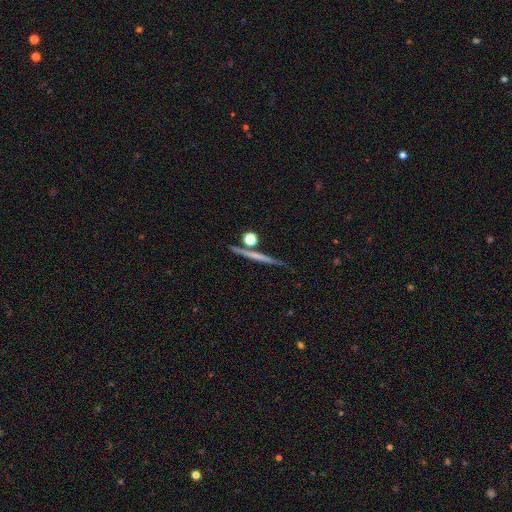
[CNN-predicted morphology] Smooth or featured? Predicted: featured or disk (p=0.51). Edge-on disk? Predicted: yes (p=0.96). Merging? Predicted: none (p=0.83).